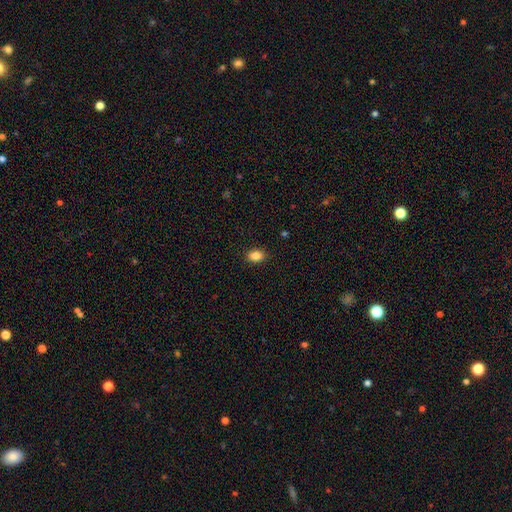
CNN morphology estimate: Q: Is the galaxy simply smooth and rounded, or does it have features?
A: smooth — 86%.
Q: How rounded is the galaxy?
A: in between — 77%.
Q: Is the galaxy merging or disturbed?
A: none — 89%.